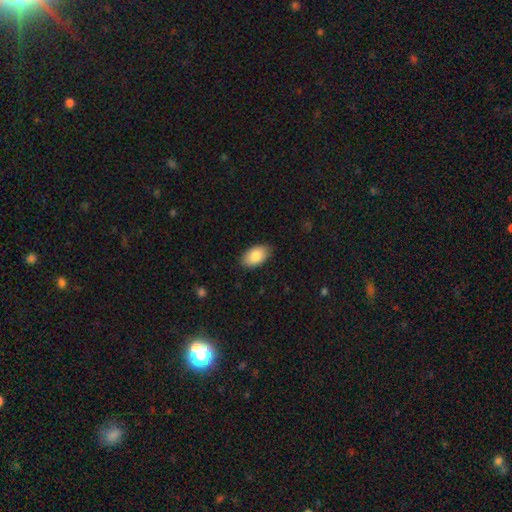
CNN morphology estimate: smooth-or-featured: smooth: 84% | featured or disk: 9% | star or artifact: 7%
  how-rounded: in between: 94% | round: 5% | cigar-shaped: 1%
  merging: none: 86% | minor disturbance: 11% | major disturbance: 2% | merger: 1%